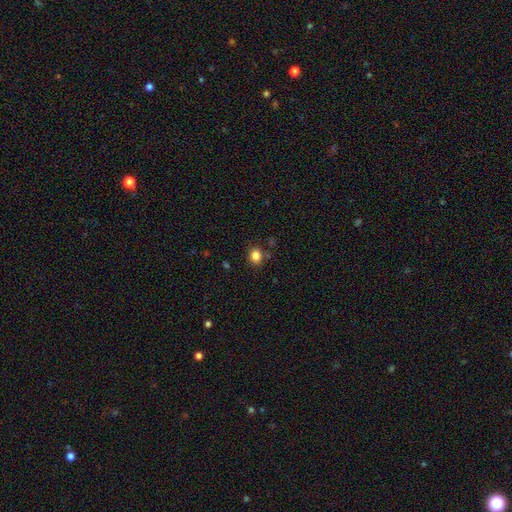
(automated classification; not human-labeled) Smooth or featured: smooth — 84% (star or artifact — 12%)
How rounded: round — 67% (in between — 32%)
Merging: none — 81% (minor disturbance — 11%)